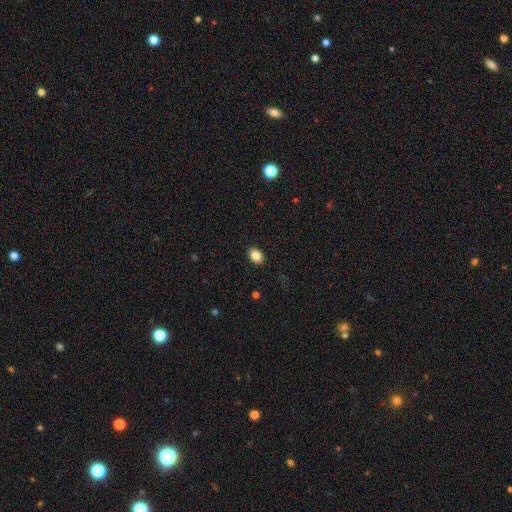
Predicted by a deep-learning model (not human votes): Smooth or featured: smooth — 85% (star or artifact — 9%)
How rounded: in between — 78% (round — 21%)
Merging: none — 90% (minor disturbance — 7%)